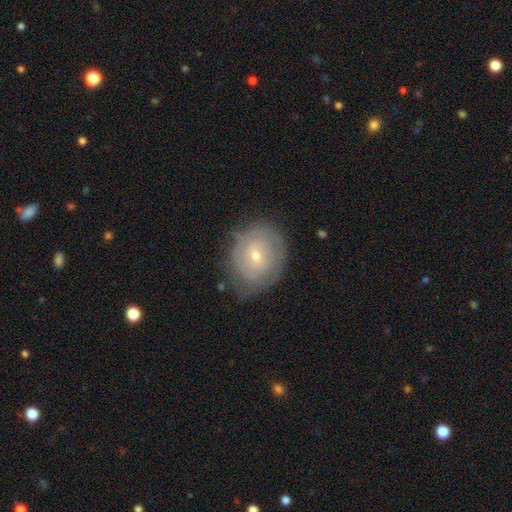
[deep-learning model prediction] smooth_or_featured: featured or disk (p=0.55) [alt: smooth p=0.38]
disk_edge_on: no (p=0.95) [alt: yes p=0.05]
bar: no (p=0.57) [alt: weak p=0.36]
has_spiral_arms: yes (p=0.60) [alt: no p=0.40]
bulge_size: small (p=0.60) [alt: moderate p=0.37]
merging: none (p=0.65) [alt: minor disturbance p=0.25]